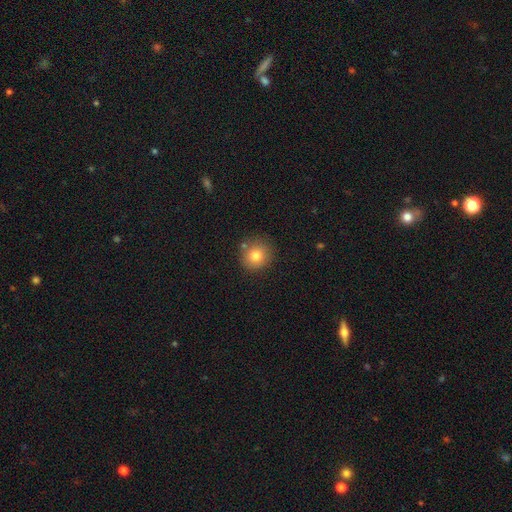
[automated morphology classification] Smooth or featured? smooth (79%)
How rounded? round (89%)
Merging? none (81%)